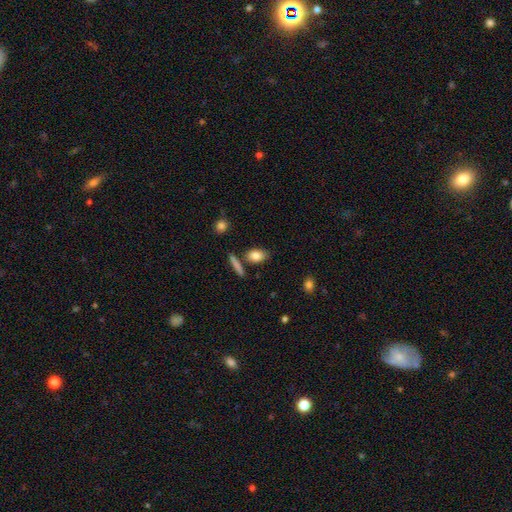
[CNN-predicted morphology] A smooth galaxy with no disk features (84%) that is in between round and cigar-shaped (82%).

Vote fractions:
- Smooth or featured? smooth: 84% / featured or disk: 9% / star or artifact: 7%
- How rounded? in between: 82% / round: 11% / cigar-shaped: 7%
- Merging? none: 75% / minor disturbance: 12% / merger: 9% / major disturbance: 3%